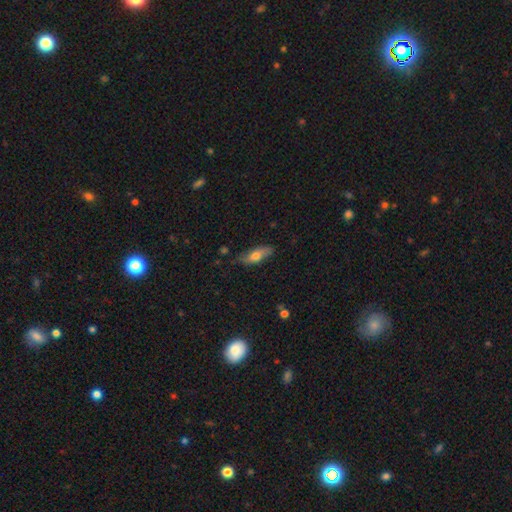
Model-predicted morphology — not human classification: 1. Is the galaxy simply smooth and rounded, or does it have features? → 67% smooth, 26% featured or disk, 7% star or artifact.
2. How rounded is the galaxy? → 65% in between, 33% cigar-shaped, 3% round.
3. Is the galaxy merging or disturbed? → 72% none, 22% minor disturbance, 4% major disturbance, 2% merger.